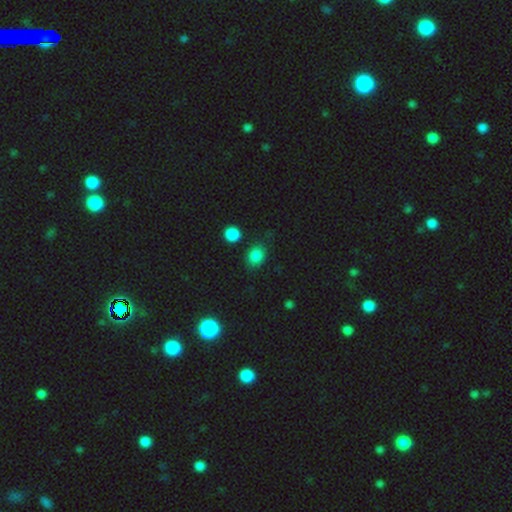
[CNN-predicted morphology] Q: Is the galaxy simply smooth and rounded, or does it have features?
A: smooth — 84%.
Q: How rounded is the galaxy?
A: in between — 50%.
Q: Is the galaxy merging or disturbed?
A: none — 78%.